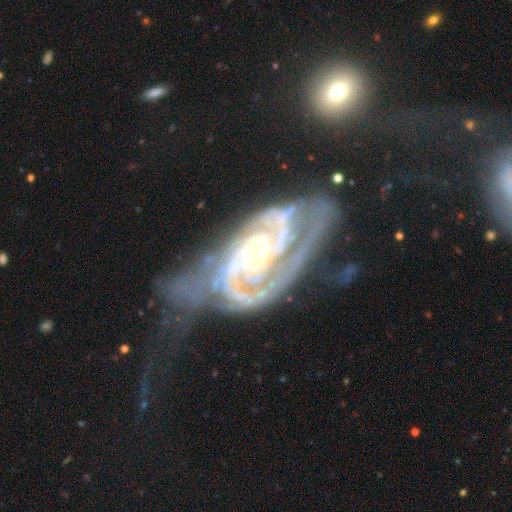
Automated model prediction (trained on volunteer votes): Q: Smooth or featured?
A: featured or disk (92%); runner-up: star or artifact (5%)
Q: Edge-on disk?
A: no (97%); runner-up: yes (3%)
Q: Bar?
A: no (69%); runner-up: weak (21%)
Q: Spiral arms?
A: yes (98%); runner-up: no (2%)
Q: Spiral winding?
A: tight (65%); runner-up: medium (29%)
Q: Spiral arm count?
A: 2 (51%); runner-up: 3 (19%)
Q: Bulge size?
A: small (70%); runner-up: moderate (25%)
Q: Merging?
A: none (36%); runner-up: major disturbance (32%)